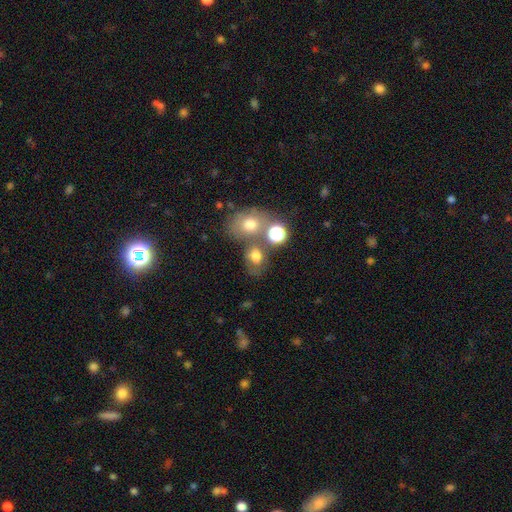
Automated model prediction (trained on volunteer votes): This appears to be a smooth galaxy with no disk features (67%) that is in between round and cigar-shaped (57%). Merging: none (44%).